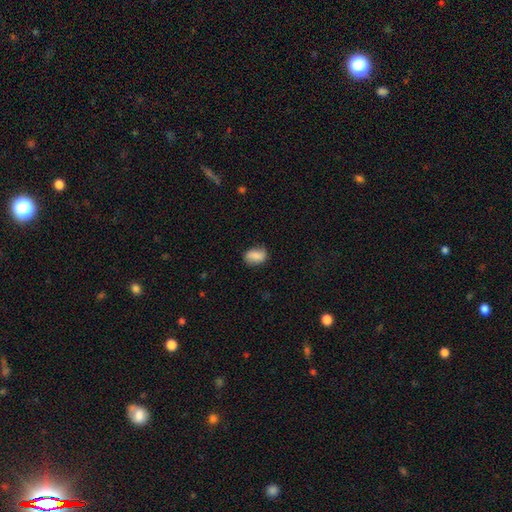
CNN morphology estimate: type=smooth (80%); roundness=in between (80%); merging=none (74%).